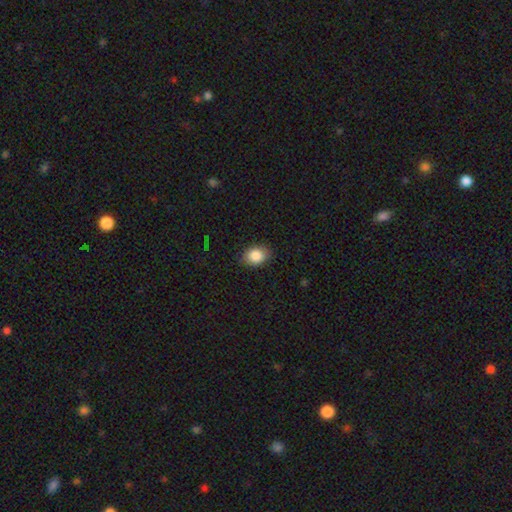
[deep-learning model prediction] Overall: smooth (86%). How rounded: in between (69%; round 30%). Merging: none (86%).